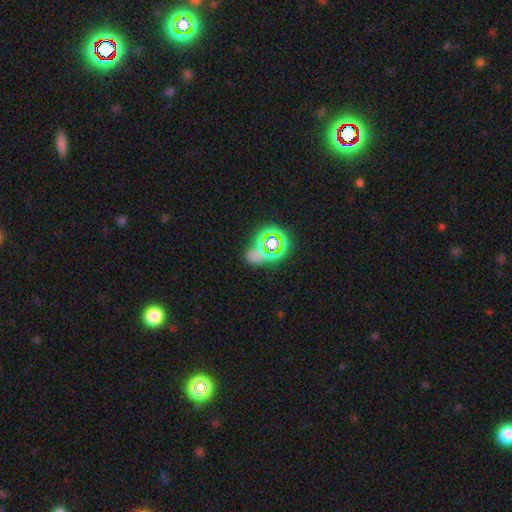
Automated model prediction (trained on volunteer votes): This appears to be a star or artifact, not a galaxy (55%).